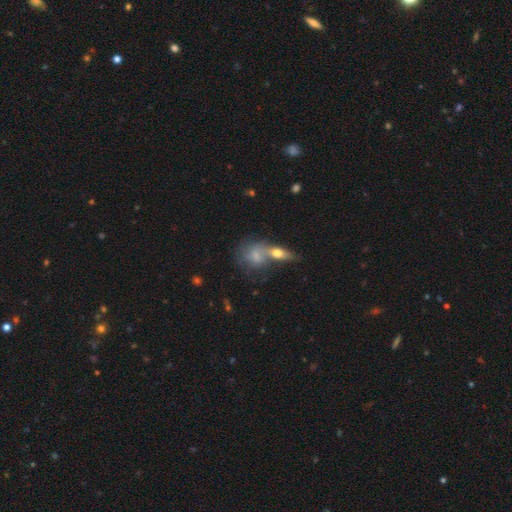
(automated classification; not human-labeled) Overall: smooth (58%; featured or disk 33%). How rounded: in between (56%; round 38%). Merging: merger (45%; none 31%).